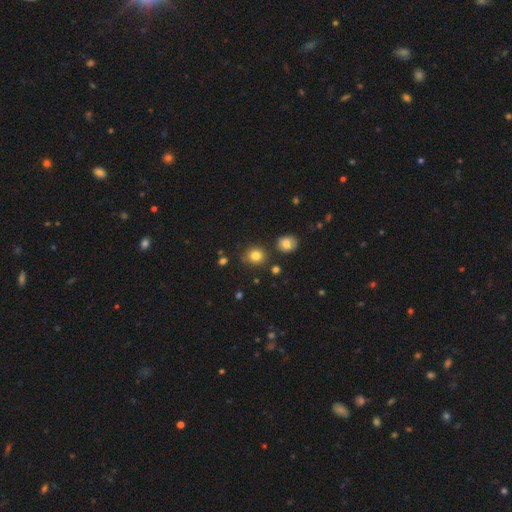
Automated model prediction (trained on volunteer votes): smooth 82%, star or artifact 12%, featured or disk 6%. Down the decision tree: how rounded — round (83%); merging — none (82%).